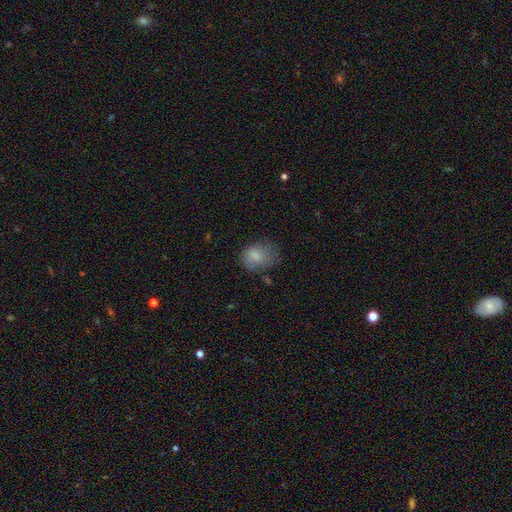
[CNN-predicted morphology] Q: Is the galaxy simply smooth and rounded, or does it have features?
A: smooth — 78%.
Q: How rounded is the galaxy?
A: in between — 64%.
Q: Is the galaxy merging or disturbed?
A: none — 49%.